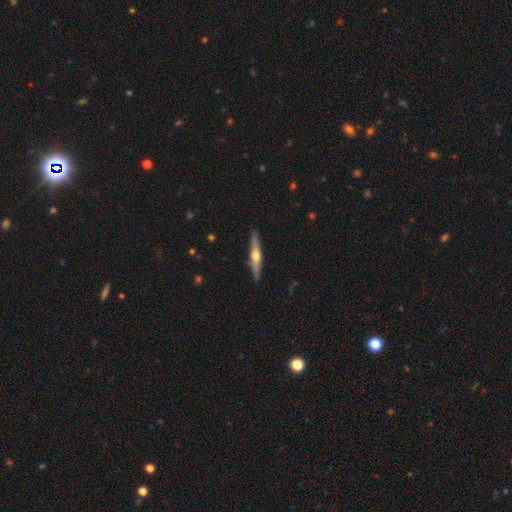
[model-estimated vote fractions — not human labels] Smooth or featured? Predicted: featured or disk (p=0.59). Edge-on disk? Predicted: yes (p=0.96). Edge-on bulge? Predicted: rounded (p=0.87). Merging? Predicted: none (p=0.89).